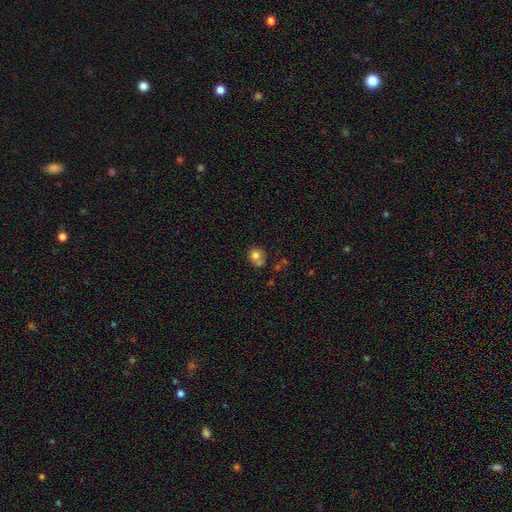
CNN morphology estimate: smooth-or-featured: smooth: 76% | featured or disk: 13% | star or artifact: 11%
  how-rounded: round: 77% | in between: 22% | cigar-shaped: 1%
  merging: none: 50% | merger: 26% | minor disturbance: 17% | major disturbance: 7%